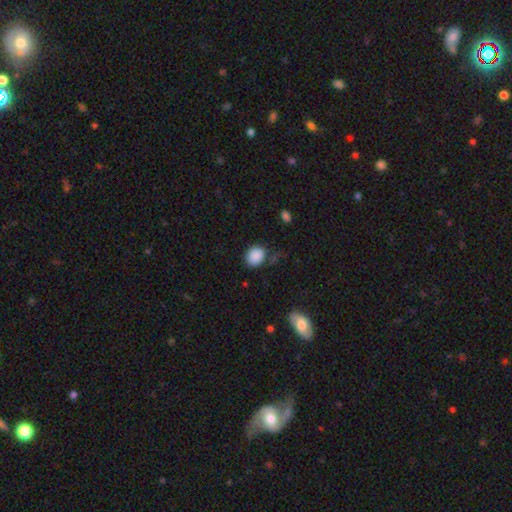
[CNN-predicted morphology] smooth 88%, star or artifact 8%, featured or disk 4%. Down the decision tree: how rounded — round (53%); merging — none (75%).